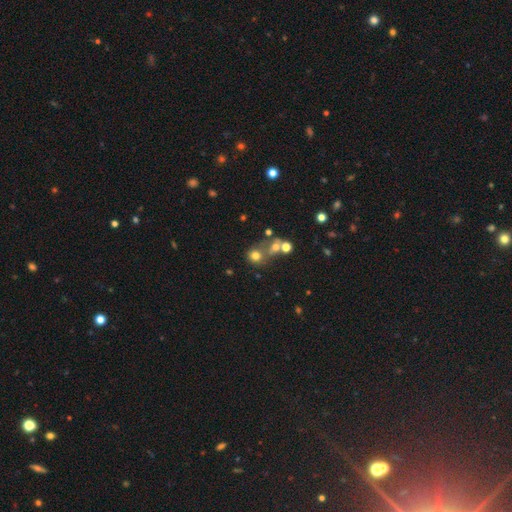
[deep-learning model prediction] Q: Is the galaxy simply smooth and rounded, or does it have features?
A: smooth — 68%.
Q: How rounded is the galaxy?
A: round — 82%.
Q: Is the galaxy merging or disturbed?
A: none — 43%.